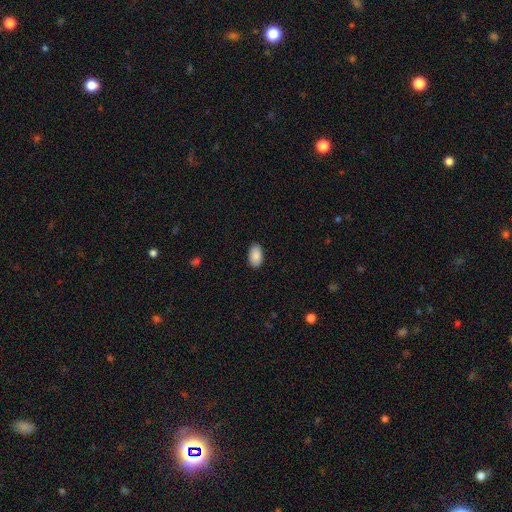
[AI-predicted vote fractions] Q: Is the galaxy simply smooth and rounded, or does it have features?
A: smooth — 89%.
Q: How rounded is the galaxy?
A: in between — 94%.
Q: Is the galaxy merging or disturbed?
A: none — 88%.